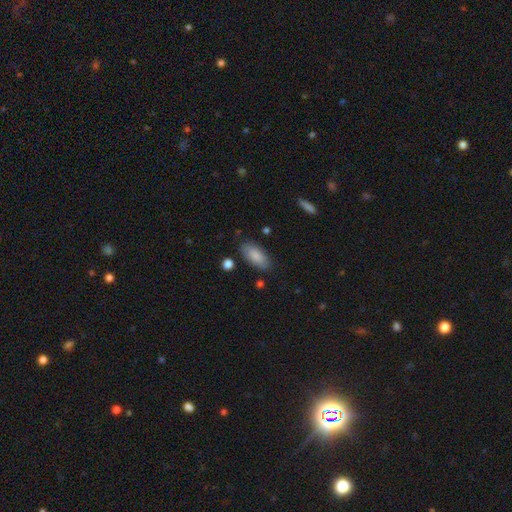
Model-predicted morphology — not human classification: This appears to be a smooth galaxy with no disk features (85%) that is in between round and cigar-shaped (90%). Merging: none (83%).